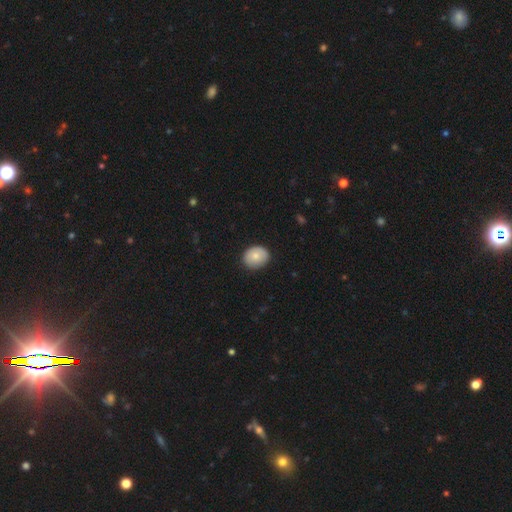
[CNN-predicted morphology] Smooth or featured: smooth — 80% (featured or disk — 13%)
How rounded: round — 53% (in between — 46%)
Merging: none — 85% (minor disturbance — 12%)